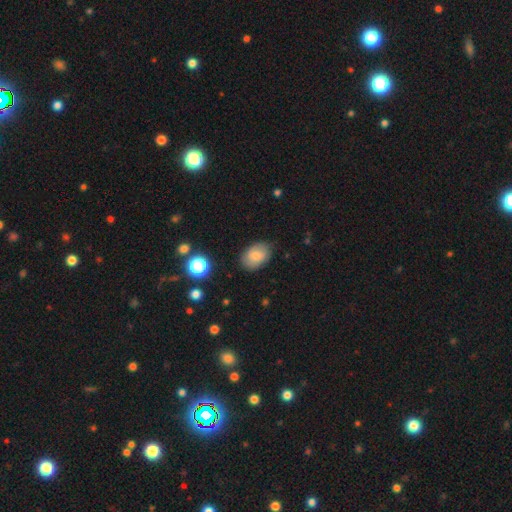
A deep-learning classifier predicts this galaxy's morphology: Overall: smooth (77%). How rounded: in between (82%). Merging: none (80%).